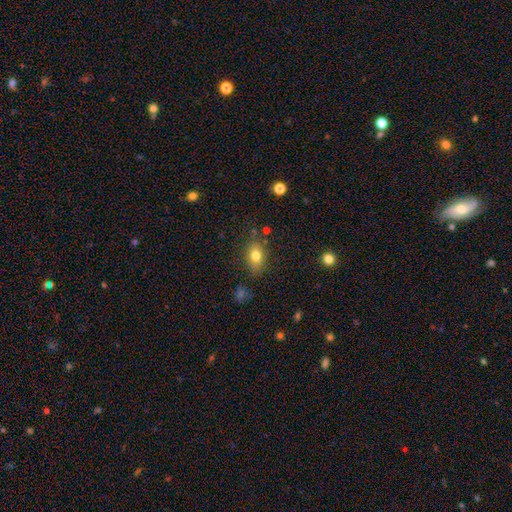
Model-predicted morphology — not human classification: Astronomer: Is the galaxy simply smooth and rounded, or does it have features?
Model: smooth — 79%.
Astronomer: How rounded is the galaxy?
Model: in between — 77%.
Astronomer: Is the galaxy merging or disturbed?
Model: none — 80%.